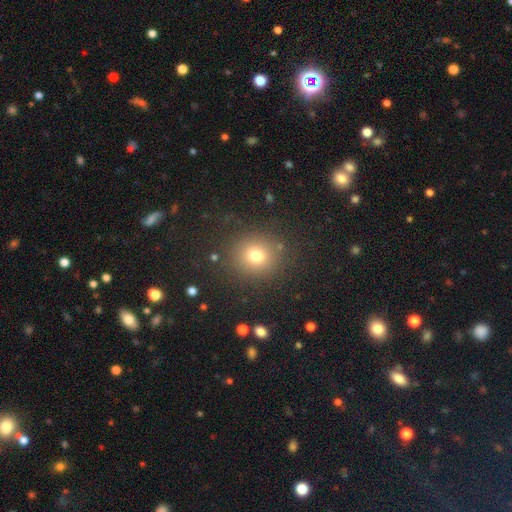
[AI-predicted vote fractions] Morphology: type=smooth (75%); roundness=round (86%); merging=none (85%).